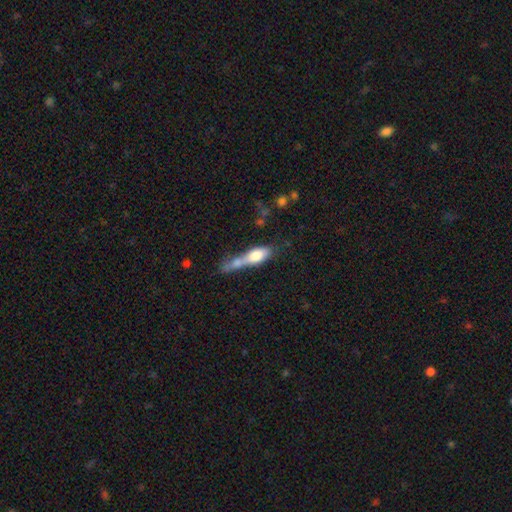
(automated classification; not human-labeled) A smooth galaxy with no disk features (67%) that is in between round and cigar-shaped (57%).

Vote fractions:
- Smooth or featured? smooth: 67% / featured or disk: 25% / star or artifact: 8%
- How rounded? in between: 57% / cigar-shaped: 37% / round: 6%
- Merging? merger: 54% / none: 18% / major disturbance: 14% / minor disturbance: 14%